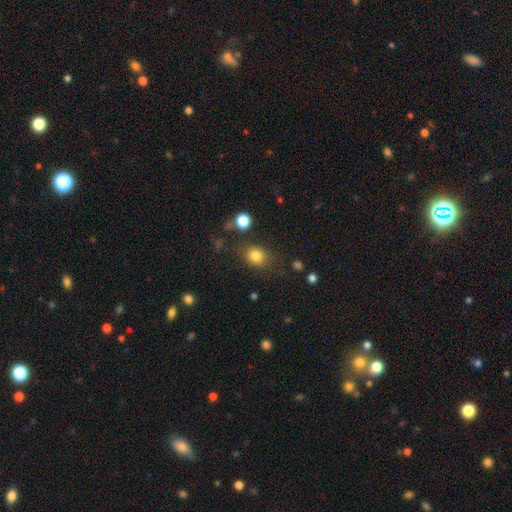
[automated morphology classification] A smooth galaxy with no disk features (82%) that is round (60%). Merging: none (78%).